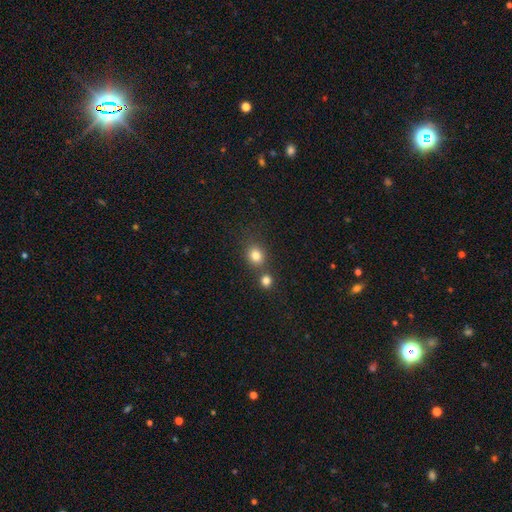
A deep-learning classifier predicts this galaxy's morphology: type=smooth (81%); roundness=round (77%); merging=none (65%).